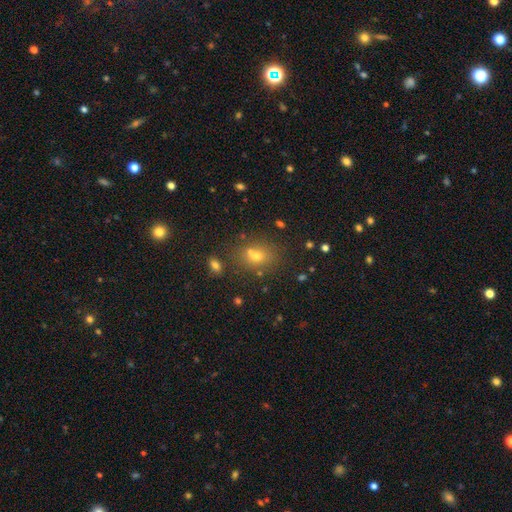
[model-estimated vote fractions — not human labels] Q: Smooth or featured?
A: smooth (62%); runner-up: star or artifact (24%)
Q: How rounded?
A: round (55%); runner-up: in between (44%)
Q: Merging?
A: none (62%); runner-up: merger (22%)